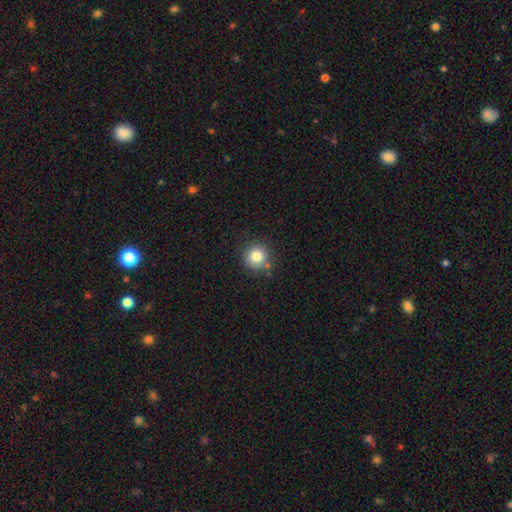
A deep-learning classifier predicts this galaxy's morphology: smooth-or-featured: smooth: 82% | star or artifact: 11% | featured or disk: 7%
  how-rounded: round: 94% | in between: 6% | cigar-shaped: 1%
  merging: none: 83% | minor disturbance: 10% | merger: 5% | major disturbance: 3%